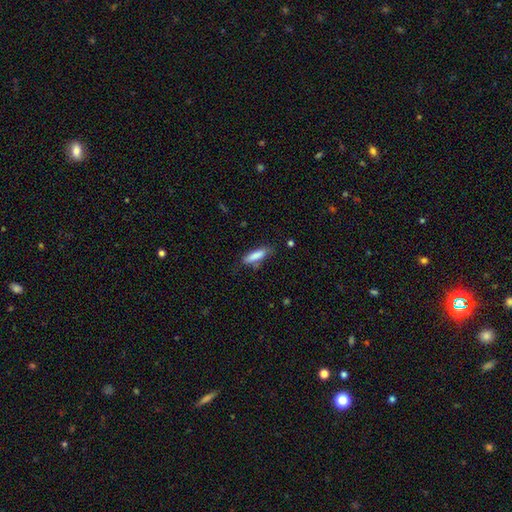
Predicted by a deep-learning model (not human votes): This is clearly a smooth galaxy (83%). How rounded: likely cigar-shaped (62%). Merging: likely none (71%).